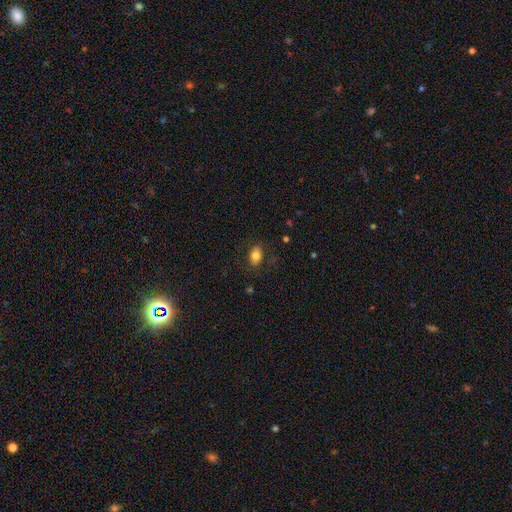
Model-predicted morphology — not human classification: Overall: smooth (79%). How rounded: in between (77%). Merging: none (80%).